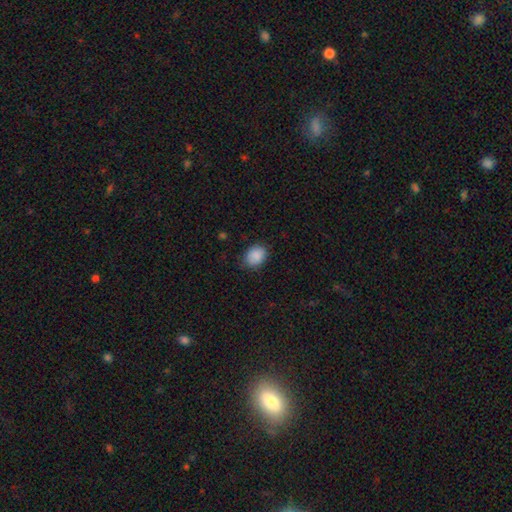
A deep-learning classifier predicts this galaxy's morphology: smooth 89%, star or artifact 8%, featured or disk 4%. Down the decision tree: how rounded — in between (56%); merging — none (83%).